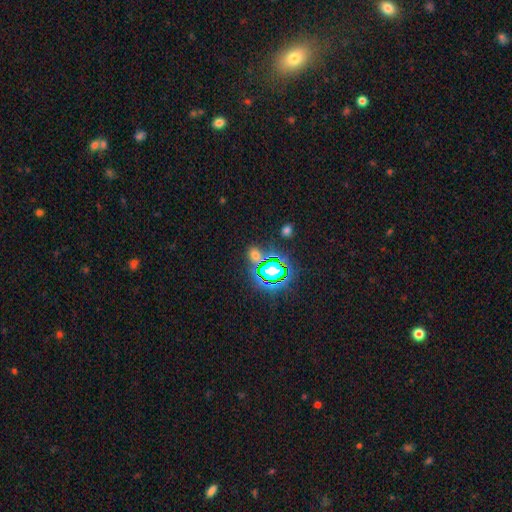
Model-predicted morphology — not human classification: A star or artifact, not a galaxy (49%).

Vote fractions:
- Smooth or featured? star or artifact: 49% / smooth: 43% / featured or disk: 8%